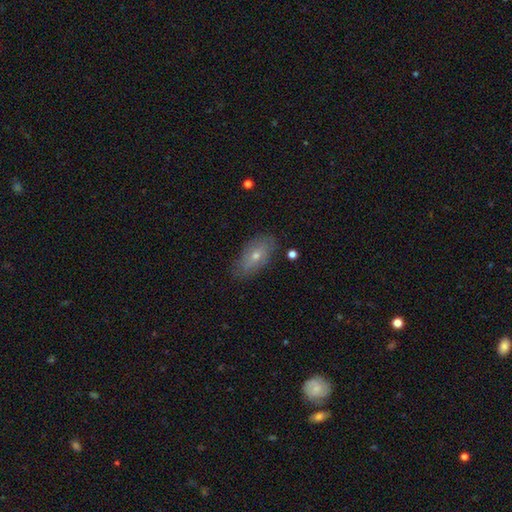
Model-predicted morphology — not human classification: A smooth galaxy with no disk features (54%) that is in between round and cigar-shaped (86%).

Vote fractions:
- Smooth or featured? smooth: 54% / featured or disk: 35% / star or artifact: 11%
- How rounded? in between: 86% / cigar-shaped: 9% / round: 5%
- Merging? none: 79% / minor disturbance: 16% / major disturbance: 3% / merger: 2%